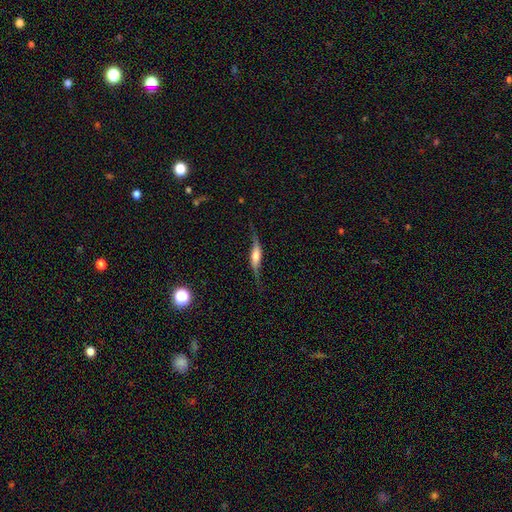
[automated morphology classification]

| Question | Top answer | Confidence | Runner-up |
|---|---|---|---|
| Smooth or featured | featured or disk | 69% | smooth (23%) |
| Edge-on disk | yes | 53% | no (47%) |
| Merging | none | 64% | minor disturbance (21%) |